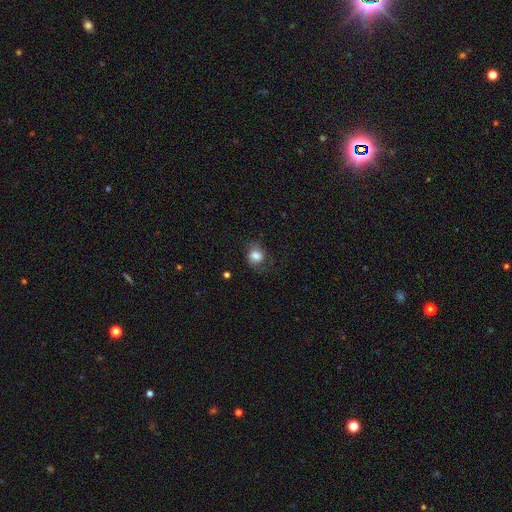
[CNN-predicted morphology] This appears to be a smooth galaxy with no disk features (79%) that is round (67%). Merging: none (58%).